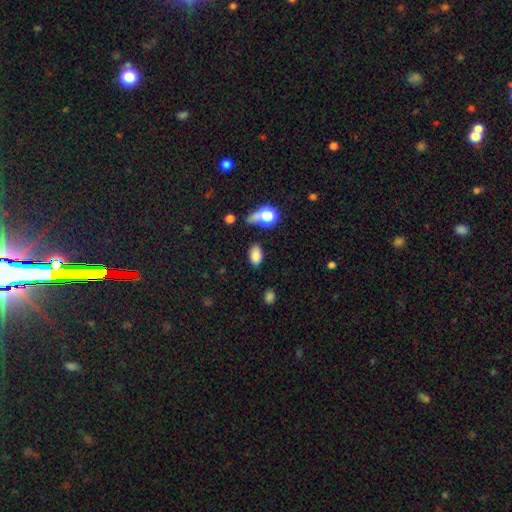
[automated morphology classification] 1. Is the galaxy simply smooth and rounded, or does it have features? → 81% smooth, 13% star or artifact, 6% featured or disk.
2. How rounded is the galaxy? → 88% in between, 10% round, 2% cigar-shaped.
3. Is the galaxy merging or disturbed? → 76% none, 16% minor disturbance, 5% major disturbance, 4% merger.